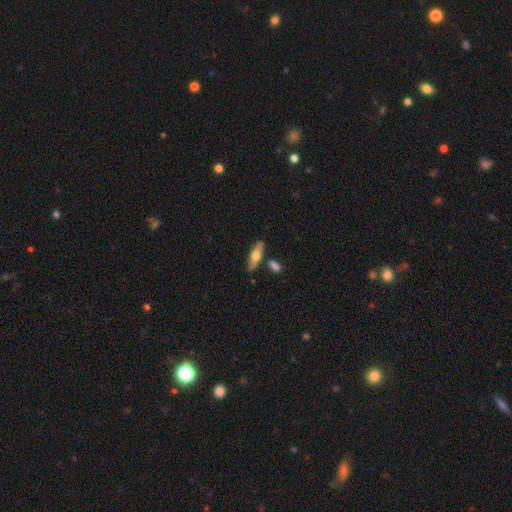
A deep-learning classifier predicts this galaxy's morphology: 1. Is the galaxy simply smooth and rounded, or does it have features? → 49% smooth, 45% featured or disk, 6% star or artifact.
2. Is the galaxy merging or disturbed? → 77% none, 13% minor disturbance, 7% merger, 3% major disturbance.